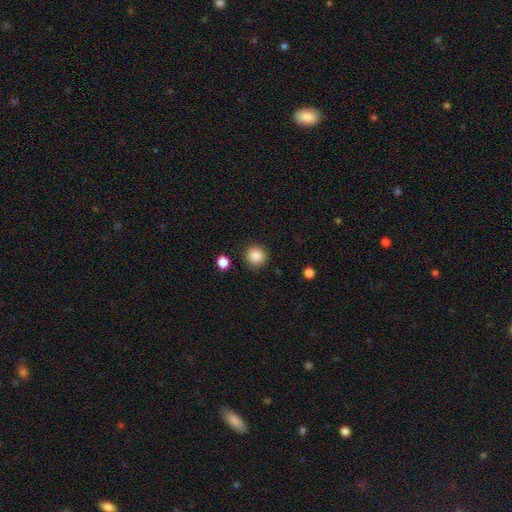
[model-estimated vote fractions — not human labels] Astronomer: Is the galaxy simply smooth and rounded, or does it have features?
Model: smooth — 87%.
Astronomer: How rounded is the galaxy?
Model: round — 93%.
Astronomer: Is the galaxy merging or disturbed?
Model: none — 89%.